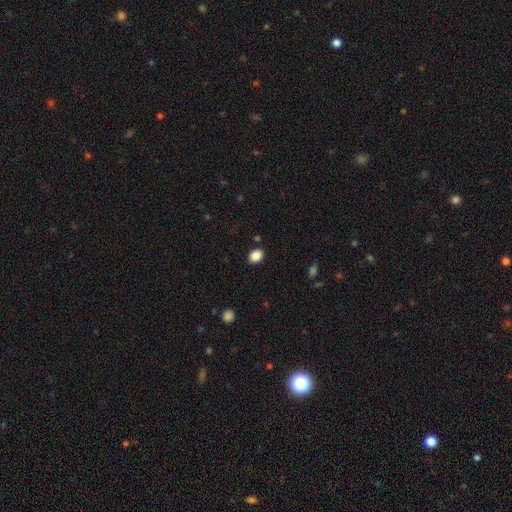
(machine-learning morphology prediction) Smooth or featured: smooth — 88% (star or artifact — 9%)
How rounded: in between — 67% (round — 32%)
Merging: none — 88% (minor disturbance — 9%)